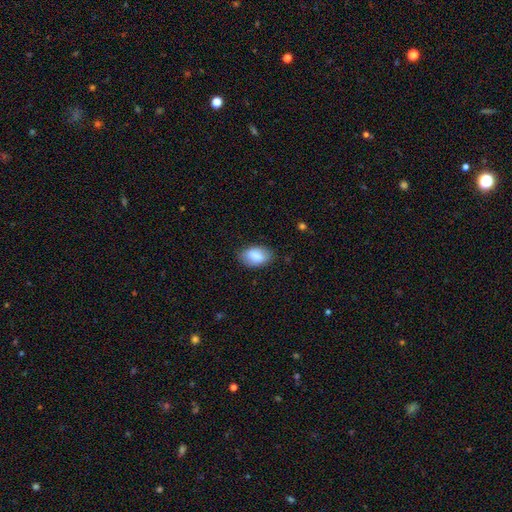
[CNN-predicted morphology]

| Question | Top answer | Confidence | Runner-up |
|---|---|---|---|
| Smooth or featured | smooth | 85% | featured or disk (9%) |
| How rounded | in between | 91% | round (7%) |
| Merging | none | 80% | minor disturbance (15%) |